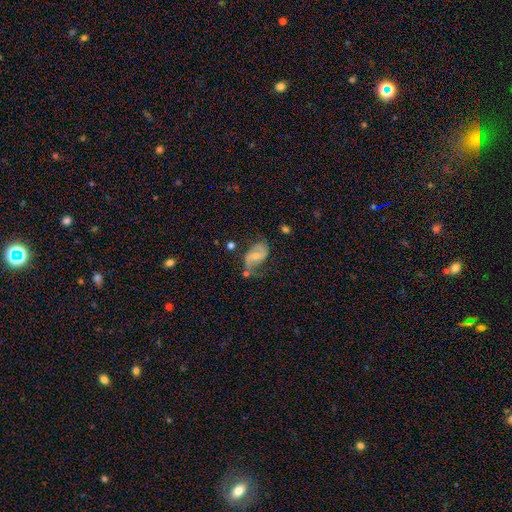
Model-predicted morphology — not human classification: Smooth or featured? Predicted: featured or disk (p=0.70). Edge-on disk? Predicted: no (p=0.97). Bar? Predicted: weak (p=0.46). Spiral arms? Predicted: yes (p=0.89). Spiral winding? Predicted: loose (p=0.52). Spiral arm count? Predicted: 2 (p=0.85). Bulge size? Predicted: small (p=0.47). Merging? Predicted: none (p=0.49).